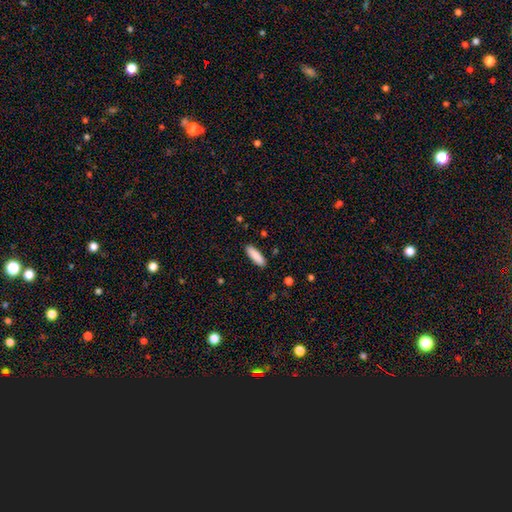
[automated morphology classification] A smooth galaxy with no disk features (89%) that is cigar-shaped (50%).

Vote fractions:
- Smooth or featured? smooth: 89% / star or artifact: 6% / featured or disk: 5%
- How rounded? cigar-shaped: 50% / in between: 48% / round: 1%
- Merging? none: 89% / minor disturbance: 8% / major disturbance: 2% / merger: 1%